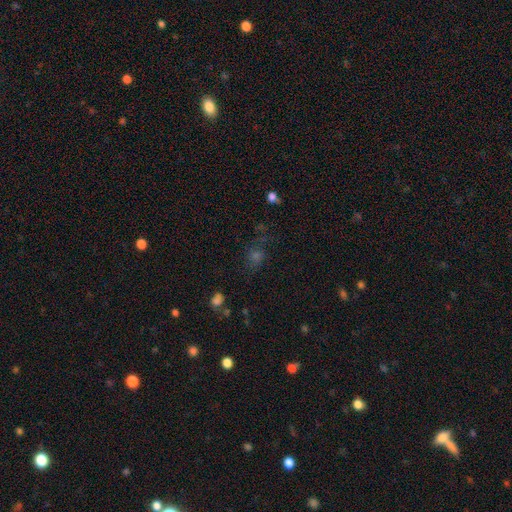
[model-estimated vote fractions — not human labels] Overall: star or artifact (45%; smooth 38%).